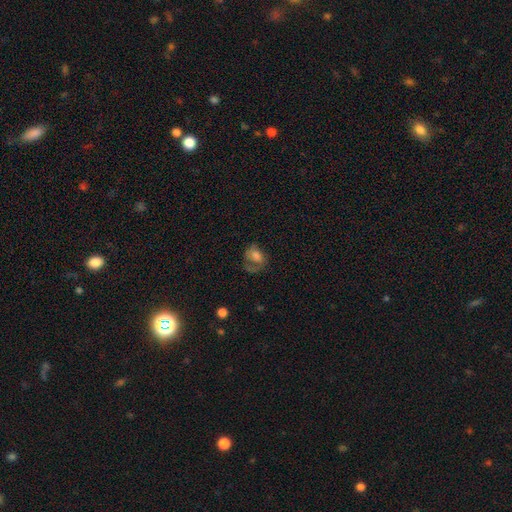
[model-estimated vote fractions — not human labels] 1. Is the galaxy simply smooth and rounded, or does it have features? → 55% smooth, 34% featured or disk, 11% star or artifact.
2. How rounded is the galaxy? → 57% in between, 42% round, 1% cigar-shaped.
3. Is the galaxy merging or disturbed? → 38% major disturbance, 36% none, 23% minor disturbance, 3% merger.